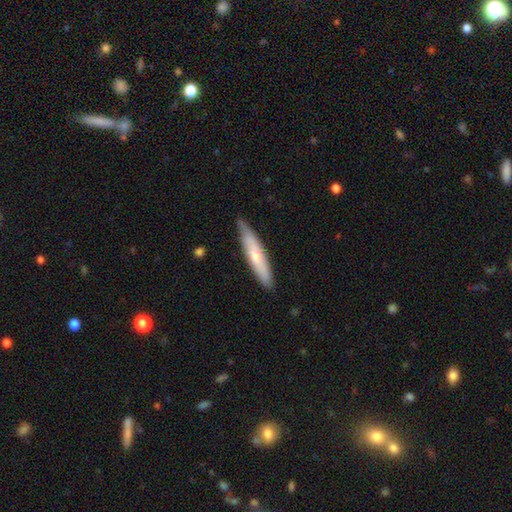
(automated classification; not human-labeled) A smooth galaxy with no disk features (60%) that is cigar-shaped (87%).

Vote fractions:
- Smooth or featured? smooth: 60% / featured or disk: 35% / star or artifact: 5%
- How rounded? cigar-shaped: 87% / in between: 12% / round: 1%
- Merging? none: 82% / minor disturbance: 15% / major disturbance: 2% / merger: 1%